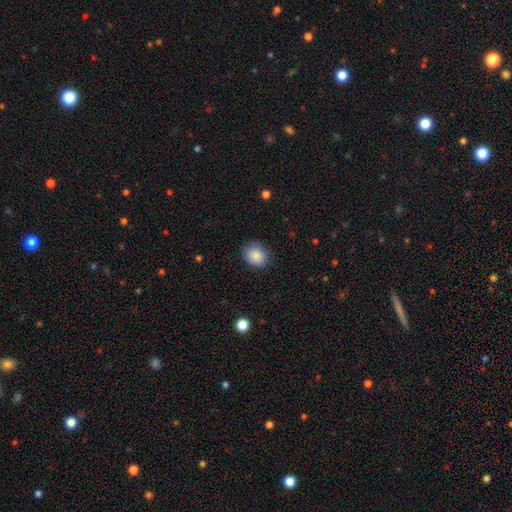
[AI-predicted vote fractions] smooth 88%, star or artifact 8%, featured or disk 4%. Down the decision tree: how rounded — round (57%); merging — none (81%).